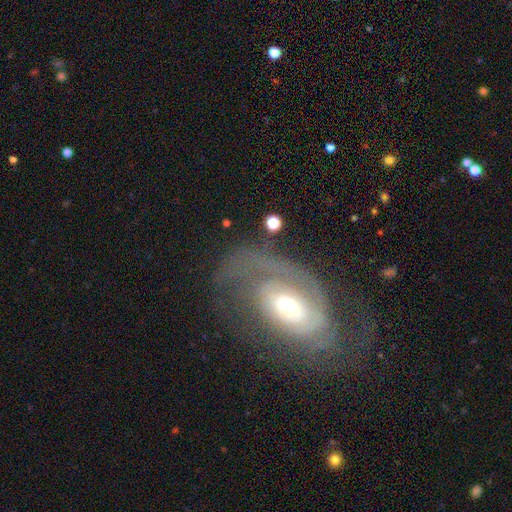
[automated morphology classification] smooth_or_featured: featured or disk (p=0.82) [alt: smooth p=0.11]
disk_edge_on: no (p=0.95) [alt: yes p=0.05]
bar: no (p=0.56) [alt: weak p=0.31]
has_spiral_arms: yes (p=0.89) [alt: no p=0.11]
spiral_winding: tight (p=0.56) [alt: medium p=0.32]
spiral_arm_count: 2 (p=0.44) [alt: can't tell p=0.24]
bulge_size: moderate (p=0.58) [alt: small p=0.33]
merging: none (p=0.59) [alt: major disturbance p=0.20]